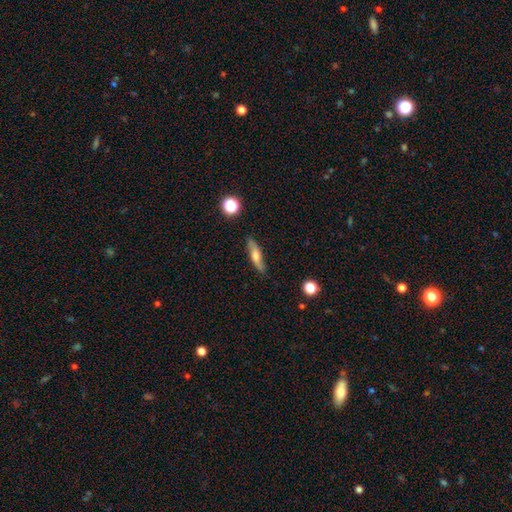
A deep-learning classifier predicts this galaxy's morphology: Smooth or featured?
  - smooth: 58% *
  - featured or disk: 34%
  - star or artifact: 8%
How rounded?
  - cigar-shaped: 72% *
  - in between: 25%
  - round: 3%
Merging?
  - none: 82% *
  - minor disturbance: 14%
  - major disturbance: 3%
  - merger: 2%